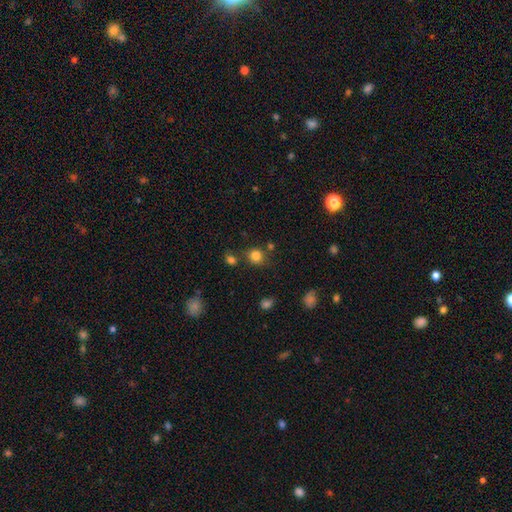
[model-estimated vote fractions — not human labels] Smooth or featured: smooth — 81% (star or artifact — 14%)
How rounded: round — 86% (in between — 13%)
Merging: none — 74% (minor disturbance — 11%)